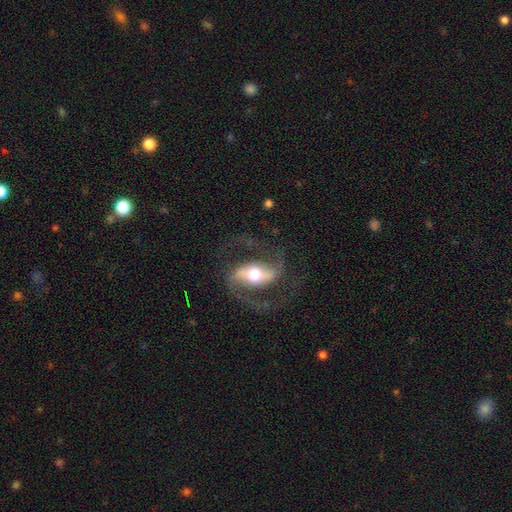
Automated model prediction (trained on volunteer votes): A featured or disk galaxy (85%) with a strong bar (44%), 2 (90%) medium (54%) spiral arms (94%) and a moderate central bulge (60%).

Vote fractions:
- Smooth or featured? featured or disk: 85% / star or artifact: 8% / smooth: 7%
- Edge-on disk? no: 95% / yes: 5%
- Bar? strong: 44% / weak: 33% / no: 23%
- Spiral arms? yes: 94% / no: 6%
- Spiral winding? medium: 54% / tight: 25% / loose: 21%
- Spiral arm count? 2: 90% / can't tell: 3% / 3: 2% / 1: 2% / 4: 1% / more than 4: 1%
- Bulge size? moderate: 60% / small: 18% / large: 18% / dominant: 3% / none: 1%
- Merging? none: 79% / minor disturbance: 11% / major disturbance: 9% / merger: 2%